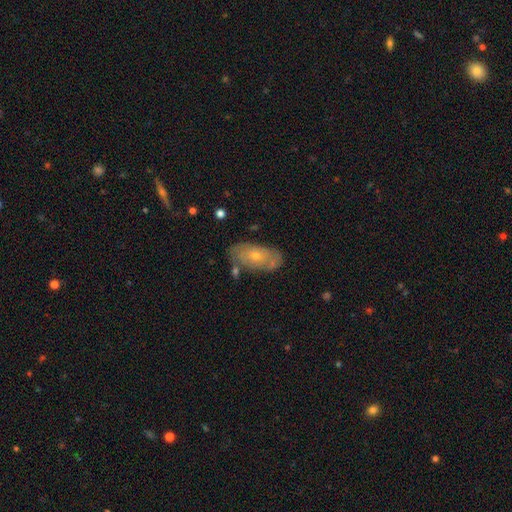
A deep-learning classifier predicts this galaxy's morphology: featured or disk 52%, smooth 40%, star or artifact 8%. Down the decision tree: edge-on disk — no (89%); merging — none (71%).